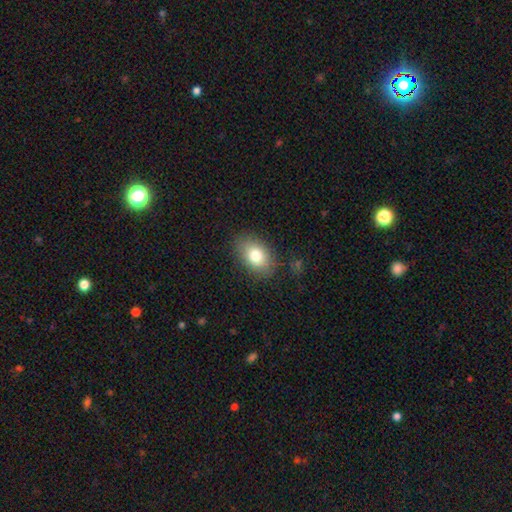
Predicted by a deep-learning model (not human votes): Smooth or featured?
  - smooth: 77% *
  - featured or disk: 14%
  - star or artifact: 9%
How rounded?
  - in between: 82% *
  - round: 17%
  - cigar-shaped: 1%
Merging?
  - none: 81% *
  - minor disturbance: 13%
  - major disturbance: 4%
  - merger: 1%